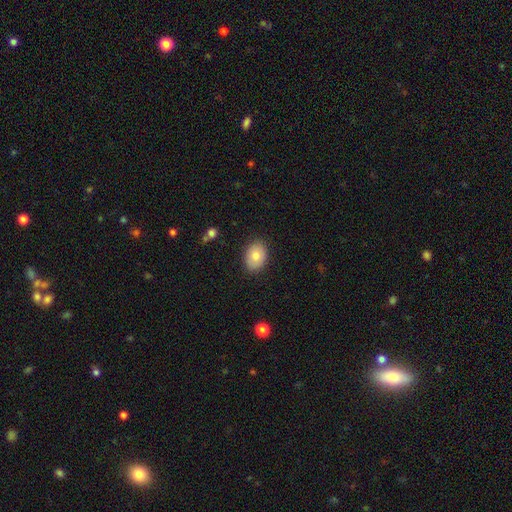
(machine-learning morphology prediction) This is clearly a smooth galaxy (80%). How rounded: likely in between (72%). Merging: clearly none (85%).